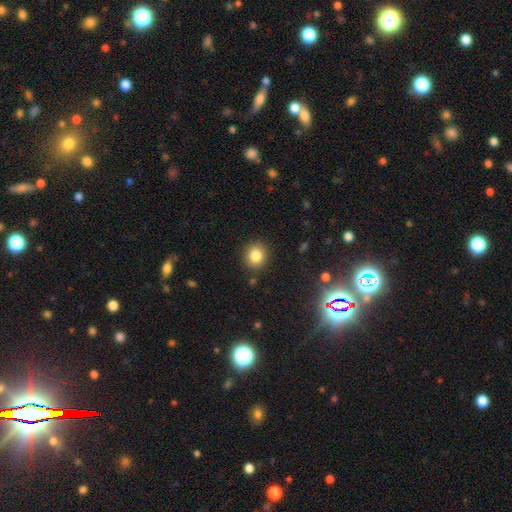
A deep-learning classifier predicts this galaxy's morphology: Smooth or featured? Predicted: smooth (p=0.83). How rounded? Predicted: round (p=0.82). Merging? Predicted: none (p=0.88).